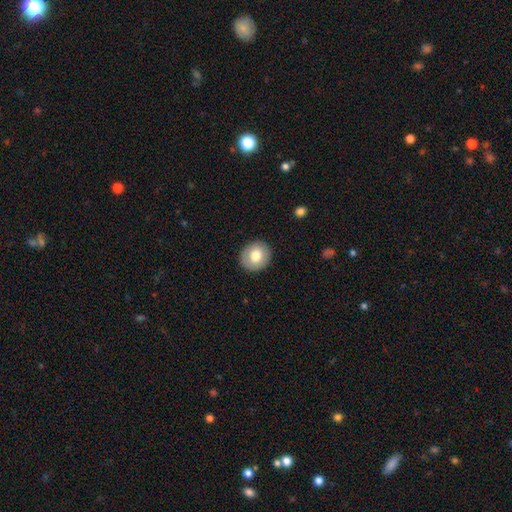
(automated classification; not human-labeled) A smooth galaxy with no disk features (74%) that is round (77%).

Vote fractions:
- Smooth or featured? smooth: 74% / featured or disk: 18% / star or artifact: 8%
- How rounded? round: 77% / in between: 22% / cigar-shaped: 1%
- Merging? none: 89% / minor disturbance: 8% / major disturbance: 2% / merger: 1%